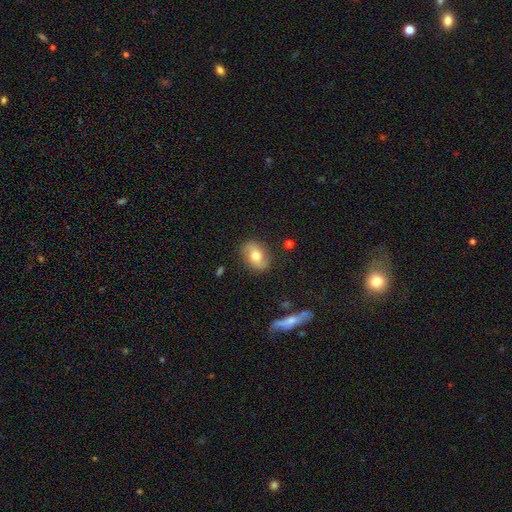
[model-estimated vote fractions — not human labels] Smooth or featured: smooth — 50% (featured or disk — 41%)
How rounded: in between — 73% (round — 25%)
Merging: none — 81% (minor disturbance — 14%)